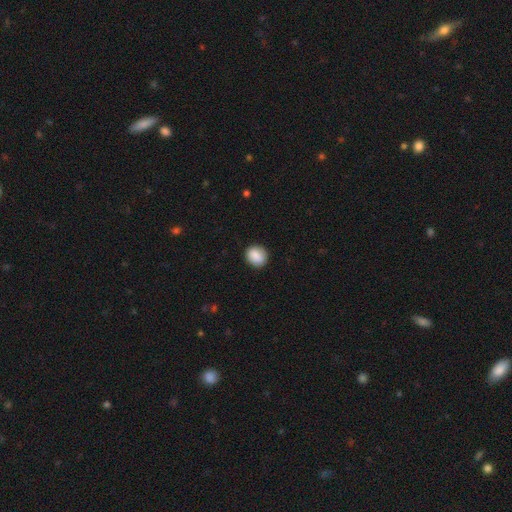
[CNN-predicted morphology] Overall: smooth (88%). How rounded: round (75%). Merging: none (87%).